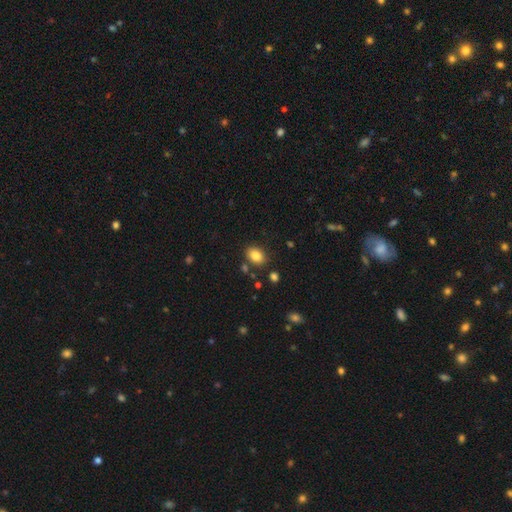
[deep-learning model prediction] The model was most divided on "how rounded": in between: 78%, round: 21%, cigar-shaped: 1%. More confident: smooth or featured — smooth (84%); merging — none (82%).